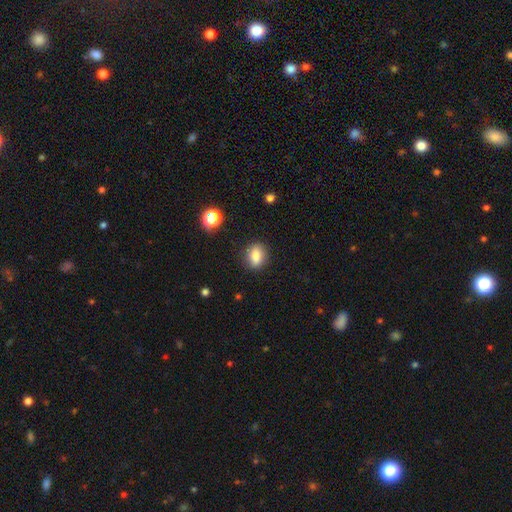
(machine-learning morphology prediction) A smooth galaxy with no disk features (82%) that is in between round and cigar-shaped (60%).

Vote fractions:
- Smooth or featured? smooth: 82% / star or artifact: 10% / featured or disk: 8%
- How rounded? in between: 60% / round: 38% / cigar-shaped: 2%
- Merging? none: 85% / minor disturbance: 11% / major disturbance: 3% / merger: 2%